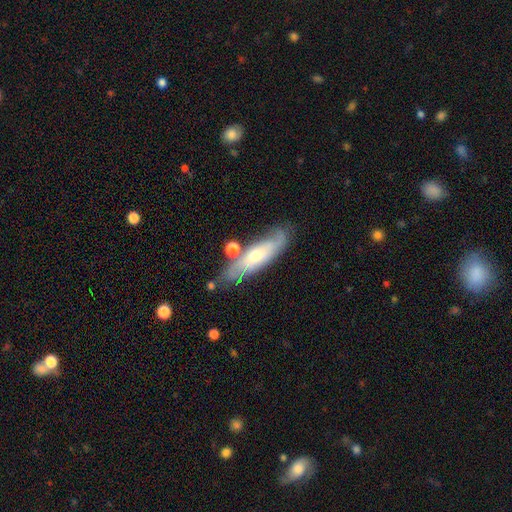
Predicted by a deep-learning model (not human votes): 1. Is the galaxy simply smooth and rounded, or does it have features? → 58% featured or disk, 34% smooth, 8% star or artifact.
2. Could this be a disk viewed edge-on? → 62% no, 38% yes.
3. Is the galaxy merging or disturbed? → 71% none, 17% minor disturbance, 6% merger, 5% major disturbance.